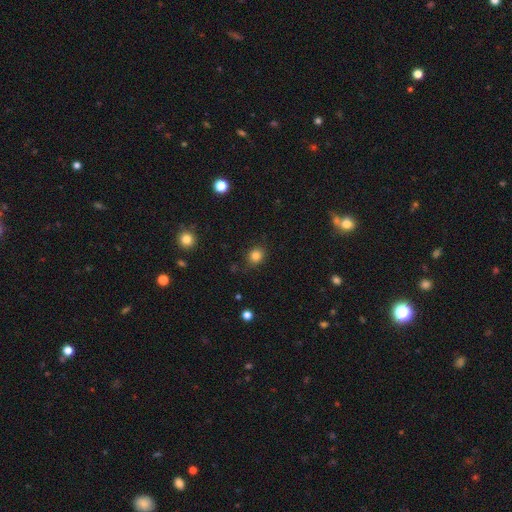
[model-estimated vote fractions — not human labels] Smooth or featured?
  - smooth: 83% *
  - star or artifact: 12%
  - featured or disk: 5%
How rounded?
  - round: 68% *
  - in between: 31%
  - cigar-shaped: 1%
Merging?
  - none: 83% *
  - minor disturbance: 12%
  - major disturbance: 3%
  - merger: 1%